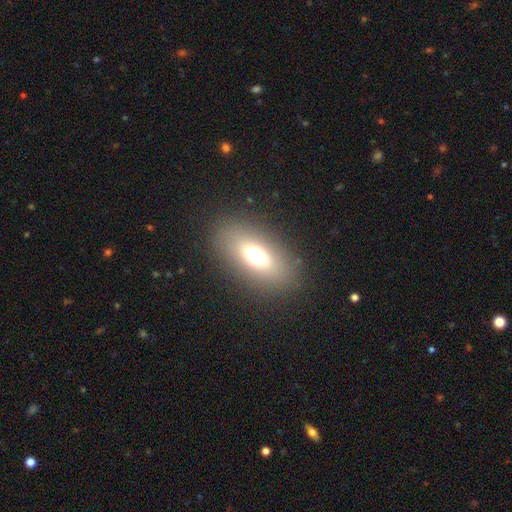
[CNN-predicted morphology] Smooth or featured? smooth (64%)
How rounded? in between (82%)
Merging? none (85%)